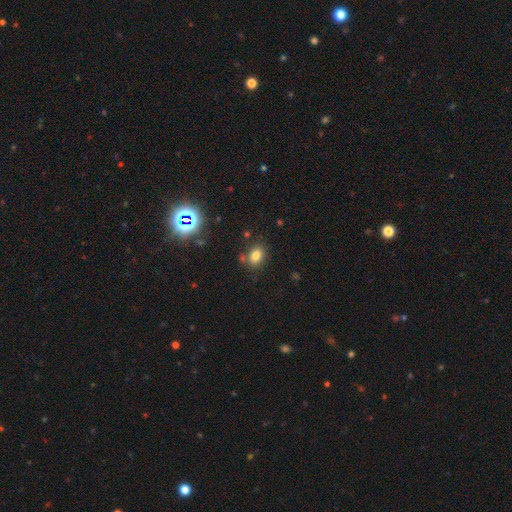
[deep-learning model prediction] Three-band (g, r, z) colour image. It shows a smooth galaxy with no disk features (77%) that is in between round and cigar-shaped (68%). Merging: none (76%).